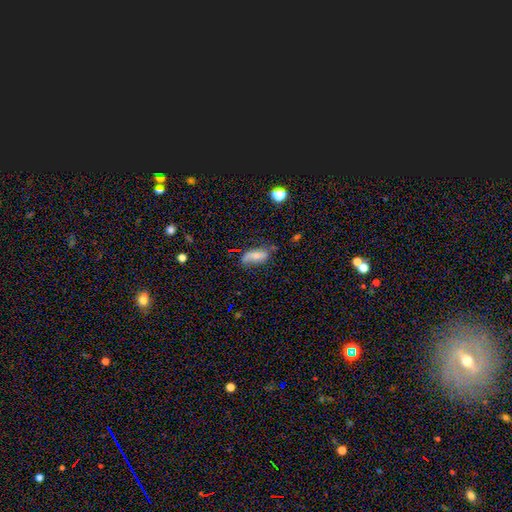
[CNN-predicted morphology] Overall: smooth (59%; featured or disk 32%). How rounded: in between (78%). Merging: none (51%; minor disturbance 32%).